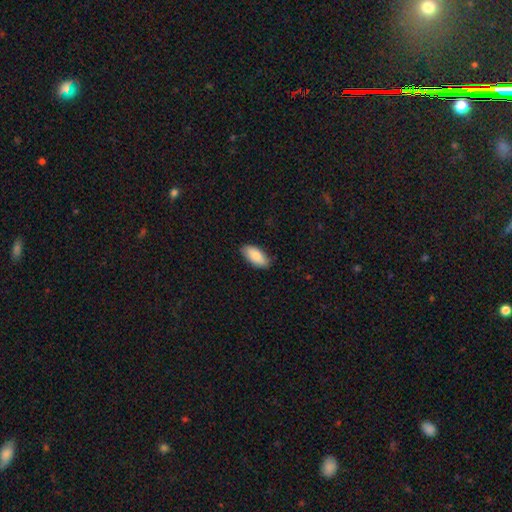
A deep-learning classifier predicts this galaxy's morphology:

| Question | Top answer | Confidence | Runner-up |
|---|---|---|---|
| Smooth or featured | smooth | 84% | featured or disk (10%) |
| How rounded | in between | 91% | cigar-shaped (7%) |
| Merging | none | 85% | minor disturbance (12%) |